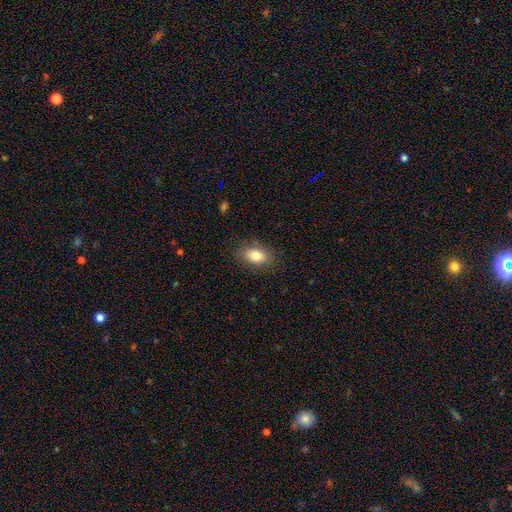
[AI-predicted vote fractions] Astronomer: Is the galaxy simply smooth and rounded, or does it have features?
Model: smooth — 80%.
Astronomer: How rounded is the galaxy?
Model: in between — 87%.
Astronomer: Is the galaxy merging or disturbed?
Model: none — 84%.